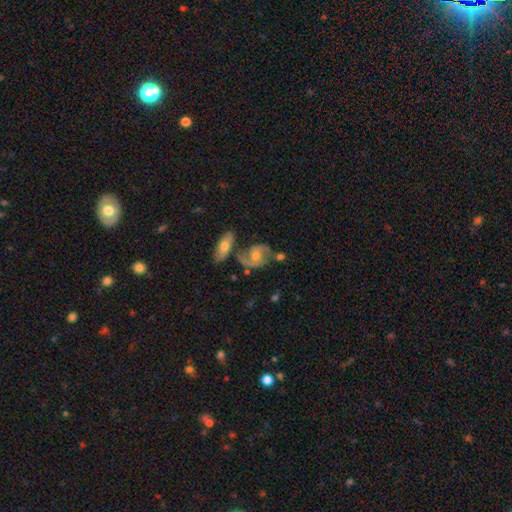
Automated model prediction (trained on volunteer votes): Smooth or featured? Predicted: featured or disk (p=0.74). Edge-on disk? Predicted: no (p=0.95). Bar? Predicted: no (p=0.63). Spiral arms? Predicted: yes (p=0.90). Spiral winding? Predicted: medium (p=0.52). Spiral arm count? Predicted: 2 (p=0.83). Bulge size? Predicted: moderate (p=0.62). Merging? Predicted: none (p=0.52).